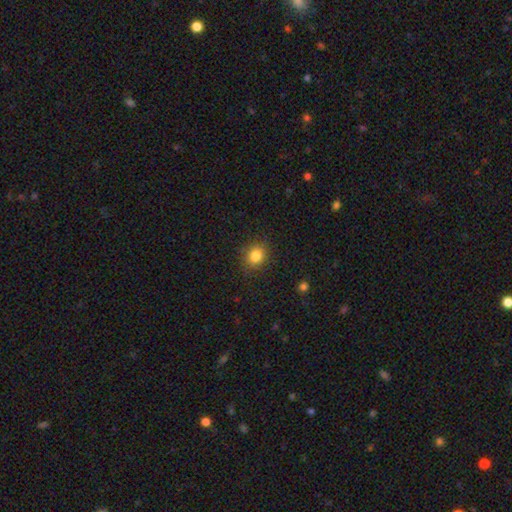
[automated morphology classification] The model was most divided on "how rounded": round: 72%, in between: 27%, cigar-shaped: 1%. More confident: merging — none (86%); smooth or featured — smooth (83%).